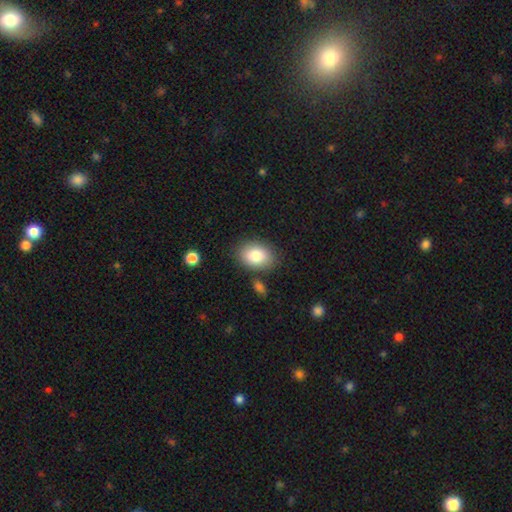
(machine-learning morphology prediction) Smooth or featured? Predicted: smooth (p=0.84). How rounded? Predicted: in between (p=0.78). Merging? Predicted: none (p=0.80).